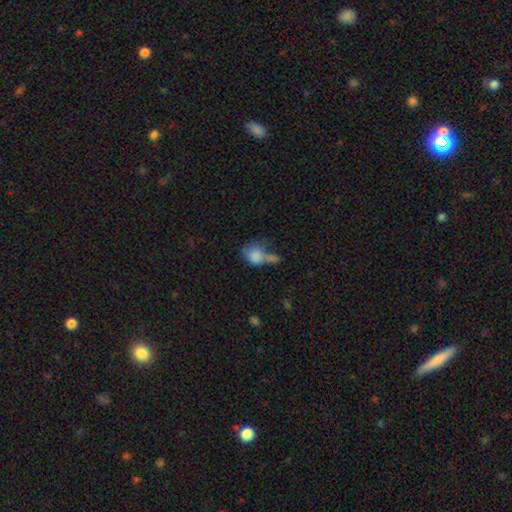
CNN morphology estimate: Smooth or featured: smooth — 78% (featured or disk — 13%)
How rounded: in between — 54% (round — 44%)
Merging: merger — 43% (none — 23%)